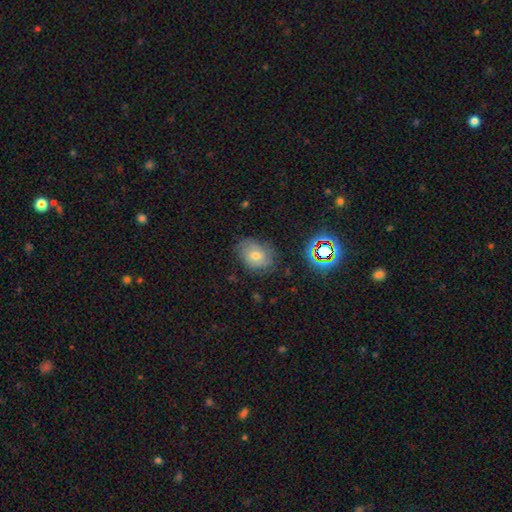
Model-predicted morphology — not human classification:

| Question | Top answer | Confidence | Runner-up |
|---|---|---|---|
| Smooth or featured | featured or disk | 42% | smooth (39%) |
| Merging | none | 70% | minor disturbance (21%) |